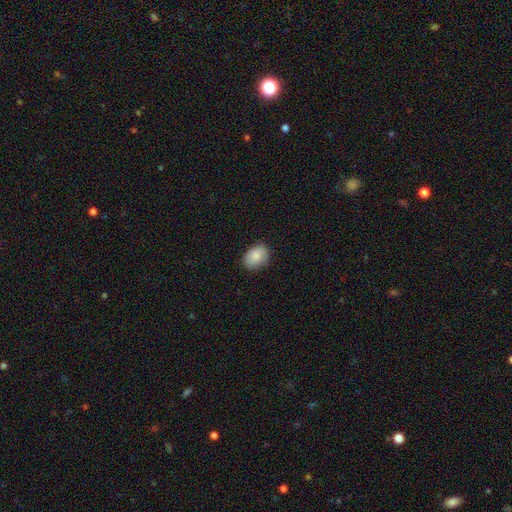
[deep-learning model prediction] Smooth or featured: smooth — 85% (featured or disk — 8%)
How rounded: in between — 79% (round — 20%)
Merging: none — 83% (minor disturbance — 14%)